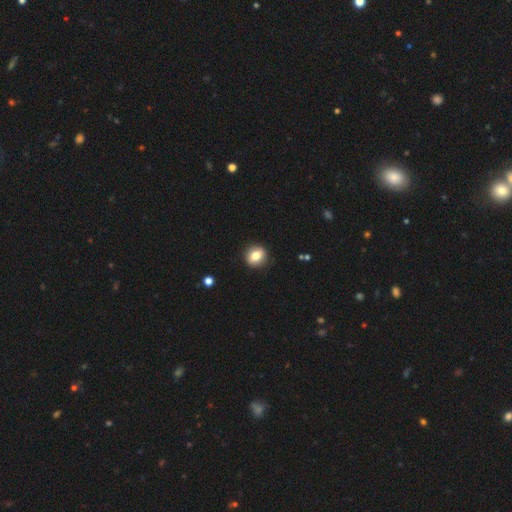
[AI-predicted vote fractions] Morphology: type=smooth (75%); roundness=round (71%); merging=none (89%).